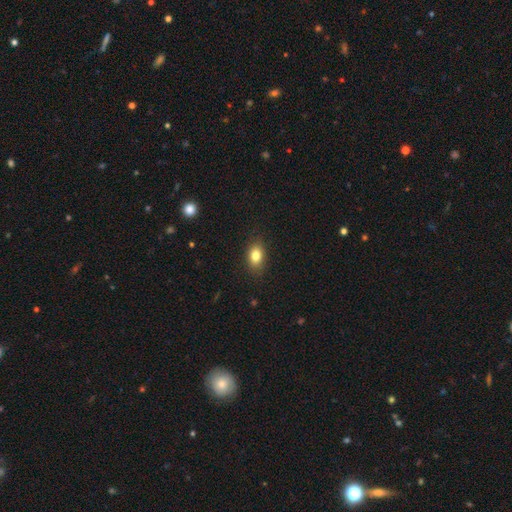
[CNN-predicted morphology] smooth 82%, star or artifact 9%, featured or disk 9%. Down the decision tree: how rounded — in between (81%); merging — none (86%).